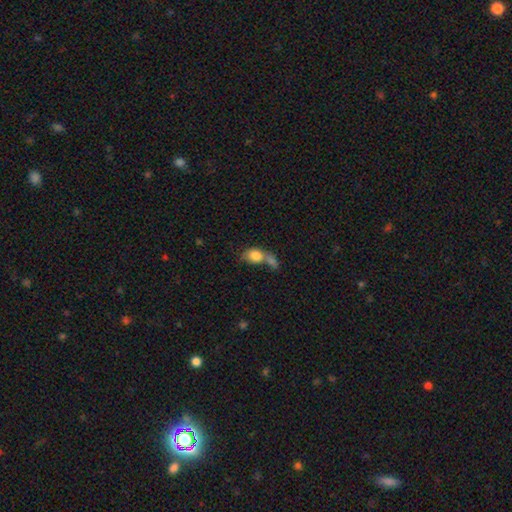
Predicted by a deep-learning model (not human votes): A smooth galaxy with no disk features (80%) that is in between round and cigar-shaped (62%).

Vote fractions:
- Smooth or featured? smooth: 80% / featured or disk: 12% / star or artifact: 8%
- How rounded? in between: 62% / round: 35% / cigar-shaped: 3%
- Merging? merger: 60% / none: 21% / minor disturbance: 10% / major disturbance: 9%